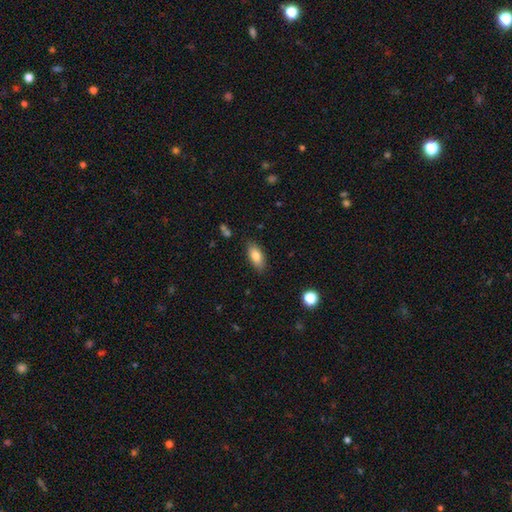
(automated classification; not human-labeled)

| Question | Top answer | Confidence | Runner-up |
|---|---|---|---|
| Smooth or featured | smooth | 81% | featured or disk (12%) |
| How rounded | in between | 85% | cigar-shaped (12%) |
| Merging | none | 84% | minor disturbance (11%) |